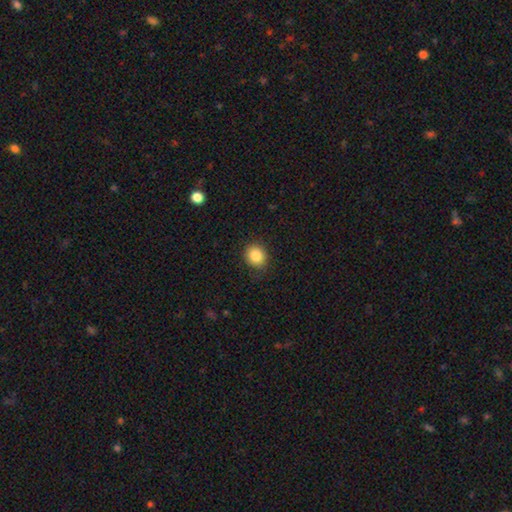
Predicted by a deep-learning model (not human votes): The model was most divided on "how rounded": round: 71%, in between: 28%, cigar-shaped: 1%. More confident: smooth or featured — smooth (86%); merging — none (85%).